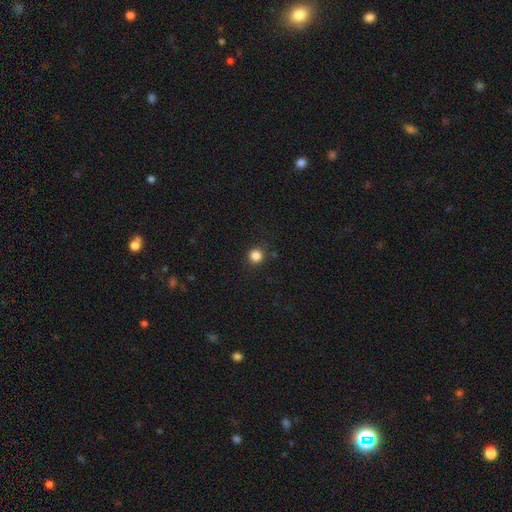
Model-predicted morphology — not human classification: A smooth galaxy with no disk features (84%) that is round (93%).

Vote fractions:
- Smooth or featured? smooth: 84% / star or artifact: 12% / featured or disk: 3%
- How rounded? round: 93% / in between: 6% / cigar-shaped: 1%
- Merging? none: 89% / minor disturbance: 7% / major disturbance: 2% / merger: 2%